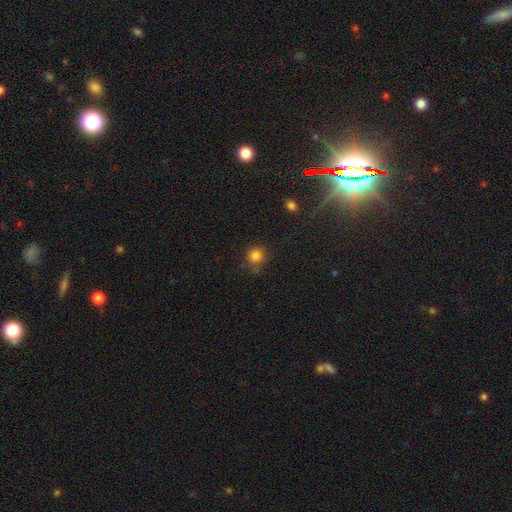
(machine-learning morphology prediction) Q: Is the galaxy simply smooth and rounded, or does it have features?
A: smooth — 82%.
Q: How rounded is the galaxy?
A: round — 90%.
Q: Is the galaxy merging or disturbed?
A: none — 72%.